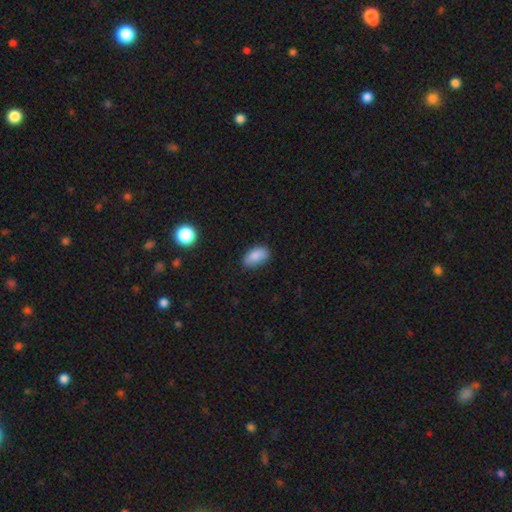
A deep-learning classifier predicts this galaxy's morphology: A smooth galaxy with no disk features (87%) that is in between round and cigar-shaped (92%).

Vote fractions:
- Smooth or featured? smooth: 87% / star or artifact: 8% / featured or disk: 5%
- How rounded? in between: 92% / round: 5% / cigar-shaped: 3%
- Merging? none: 77% / minor disturbance: 18% / major disturbance: 3% / merger: 1%